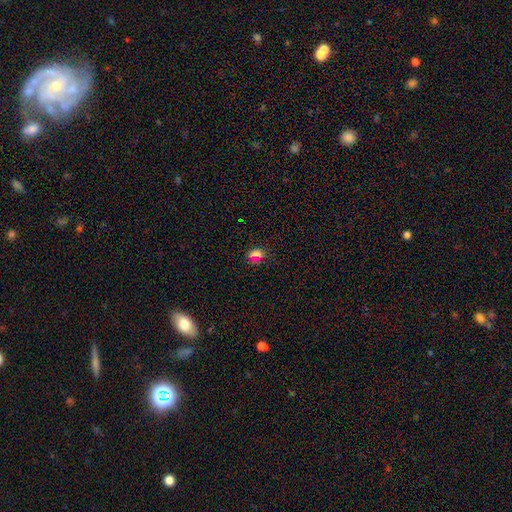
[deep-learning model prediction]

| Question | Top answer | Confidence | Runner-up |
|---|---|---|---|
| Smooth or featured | smooth | 68% | star or artifact (25%) |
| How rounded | in between | 52% | round (44%) |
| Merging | none | 82% | minor disturbance (12%) |